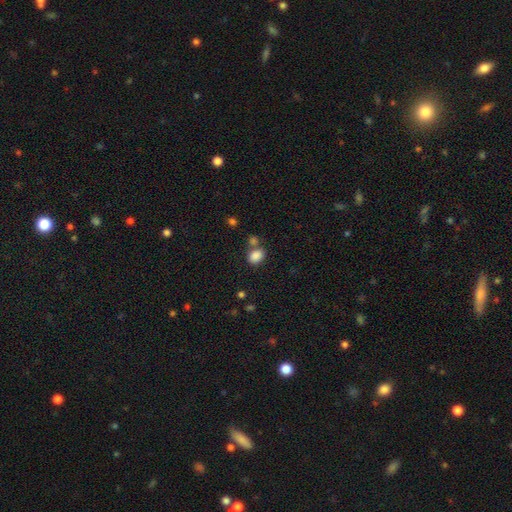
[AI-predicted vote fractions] The model was most divided on "merging": none: 57%, merger: 25%, minor disturbance: 13%, major disturbance: 5%. More confident: smooth or featured — smooth (86%); how rounded — in between (67%).